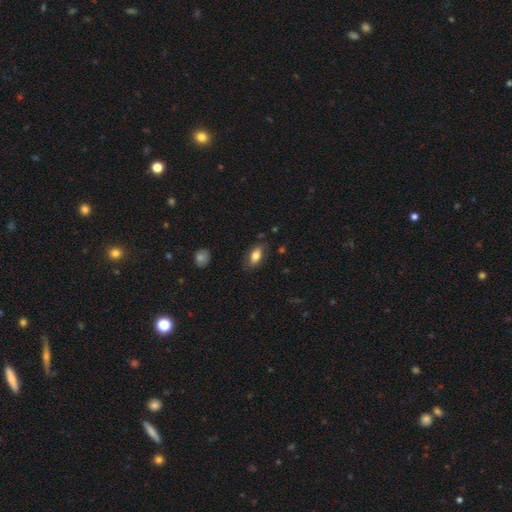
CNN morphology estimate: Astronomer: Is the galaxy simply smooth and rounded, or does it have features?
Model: smooth — 80%.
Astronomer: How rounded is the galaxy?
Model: in between — 89%.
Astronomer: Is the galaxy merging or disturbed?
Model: none — 79%.